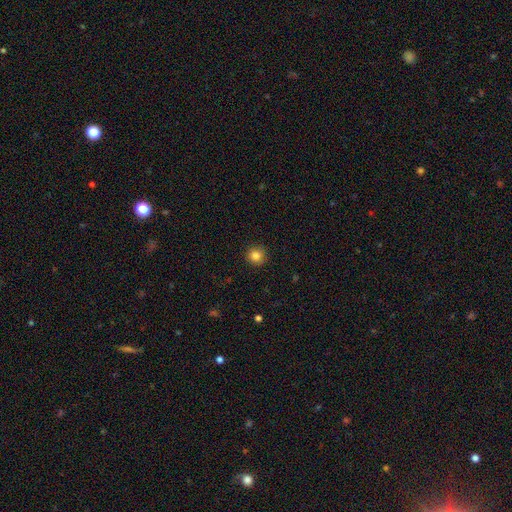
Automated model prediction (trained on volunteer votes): Smooth or featured: smooth — 84% (star or artifact — 11%)
How rounded: round — 94% (in between — 5%)
Merging: none — 92% (minor disturbance — 6%)